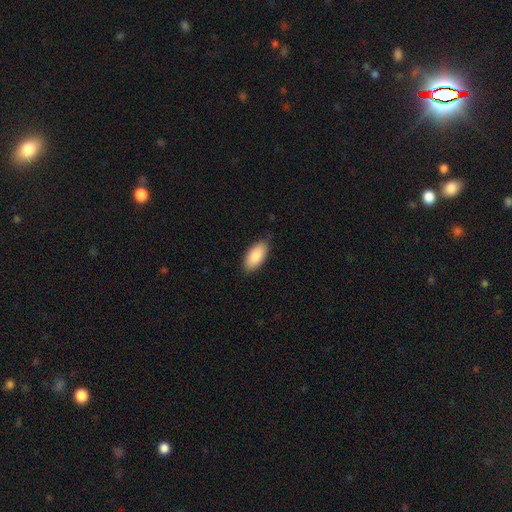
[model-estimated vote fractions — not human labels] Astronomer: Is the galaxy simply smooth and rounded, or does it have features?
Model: smooth — 88%.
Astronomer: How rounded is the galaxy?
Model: in between — 93%.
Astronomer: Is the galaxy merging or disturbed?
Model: none — 84%.